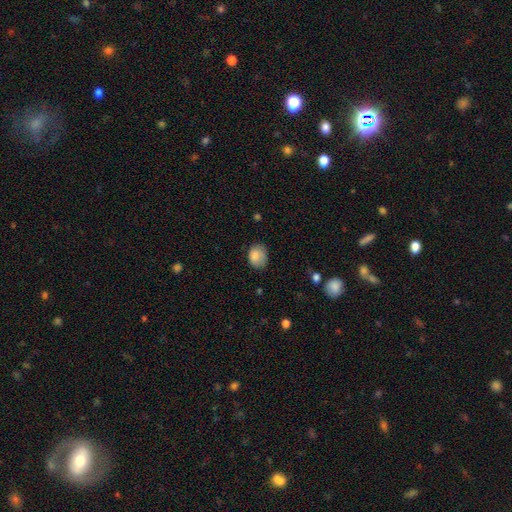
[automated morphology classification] The model was most divided on "how rounded": in between: 55%, round: 44%, cigar-shaped: 1%. More confident: smooth or featured — smooth (83%); merging — none (61%).